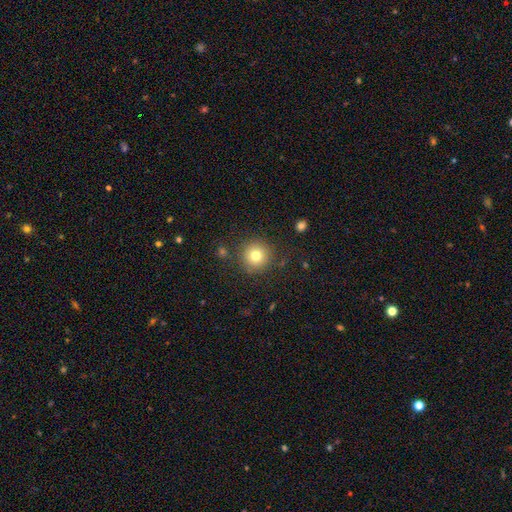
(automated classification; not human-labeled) This is likely a smooth galaxy (78%). How rounded: clearly round (95%). Merging: clearly none (87%).